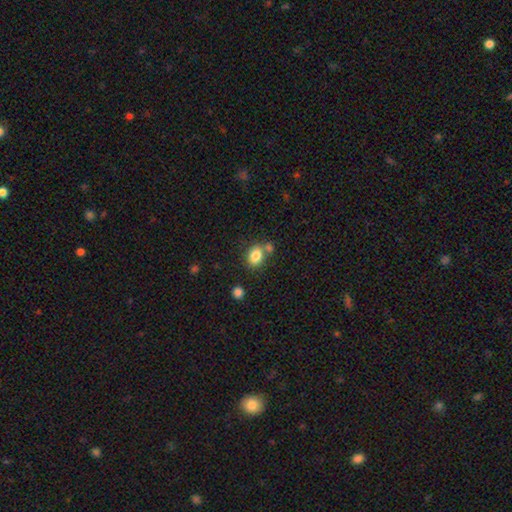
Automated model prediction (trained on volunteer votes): smooth-or-featured: smooth: 84% | star or artifact: 9% | featured or disk: 7%
  how-rounded: in between: 68% | round: 31% | cigar-shaped: 1%
  merging: none: 61% | merger: 22% | minor disturbance: 13% | major disturbance: 4%